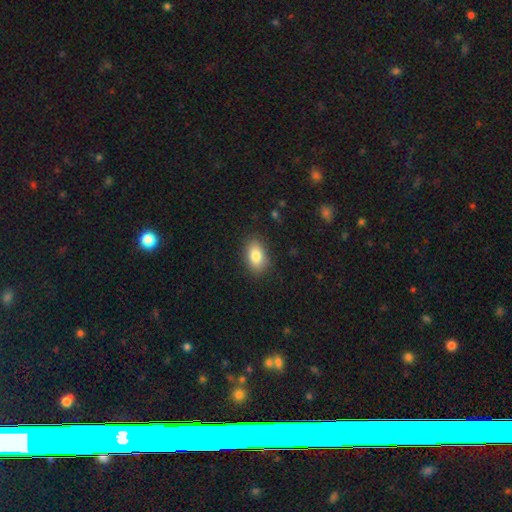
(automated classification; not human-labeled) A smooth galaxy with no disk features (84%) that is in between round and cigar-shaped (89%). Merging: none (86%).